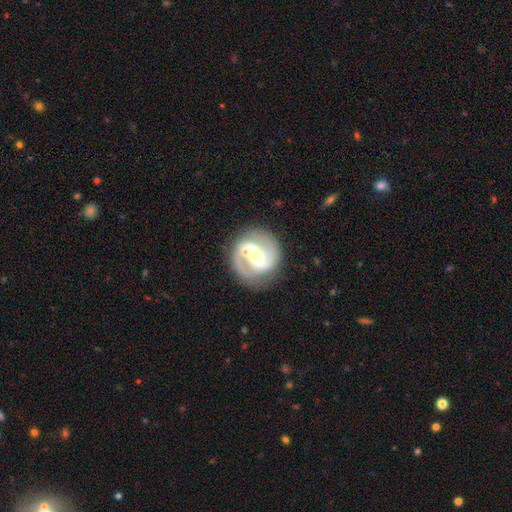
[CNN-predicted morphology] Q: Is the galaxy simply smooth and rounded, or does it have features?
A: featured or disk — 84%.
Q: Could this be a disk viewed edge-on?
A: no — 98%.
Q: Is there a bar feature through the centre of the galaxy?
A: strong — 40%.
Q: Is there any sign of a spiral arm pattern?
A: yes — 93%.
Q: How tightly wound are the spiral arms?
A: medium — 51%.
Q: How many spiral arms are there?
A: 2 — 88%.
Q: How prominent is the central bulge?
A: small — 46%.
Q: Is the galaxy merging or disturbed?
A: none — 70%.